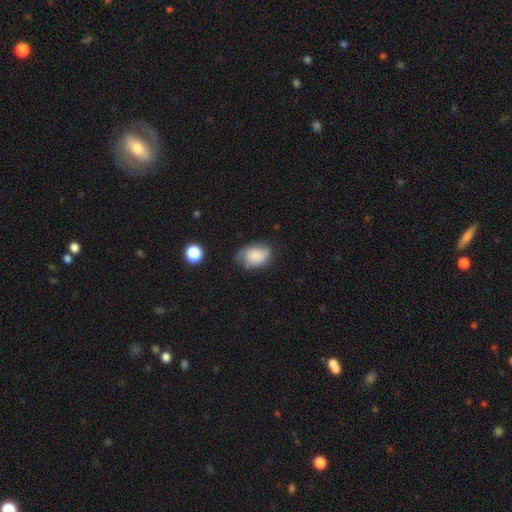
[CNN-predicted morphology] Smooth or featured? Predicted: smooth (p=0.80). How rounded? Predicted: in between (p=0.80). Merging? Predicted: none (p=0.57).